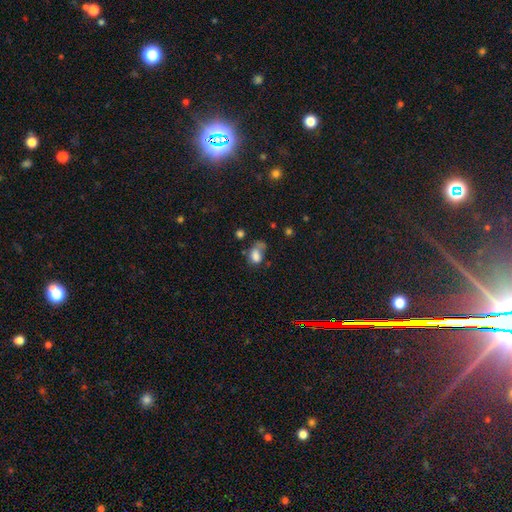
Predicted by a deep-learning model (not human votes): Smooth or featured: smooth — 75% (featured or disk — 14%)
How rounded: in between — 77% (round — 22%)
Merging: none — 30% (minor disturbance — 27%)